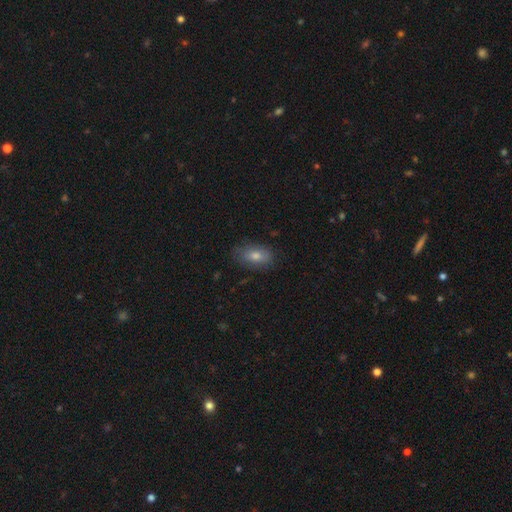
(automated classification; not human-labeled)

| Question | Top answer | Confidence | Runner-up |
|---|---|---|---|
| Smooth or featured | smooth | 72% | featured or disk (17%) |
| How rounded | in between | 88% | round (9%) |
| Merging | none | 81% | minor disturbance (15%) |